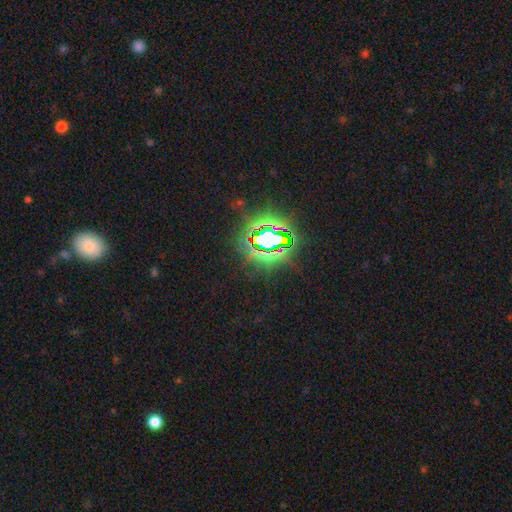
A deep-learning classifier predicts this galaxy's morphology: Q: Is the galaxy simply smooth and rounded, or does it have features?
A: star or artifact — 84%.